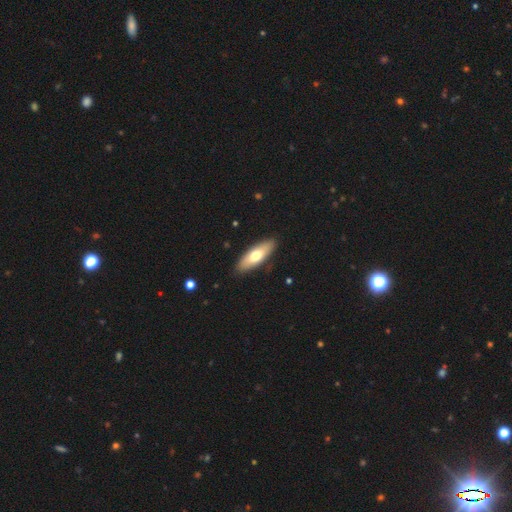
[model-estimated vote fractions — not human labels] Smooth or featured? smooth (67%)
How rounded? in between (61%)
Merging? none (88%)